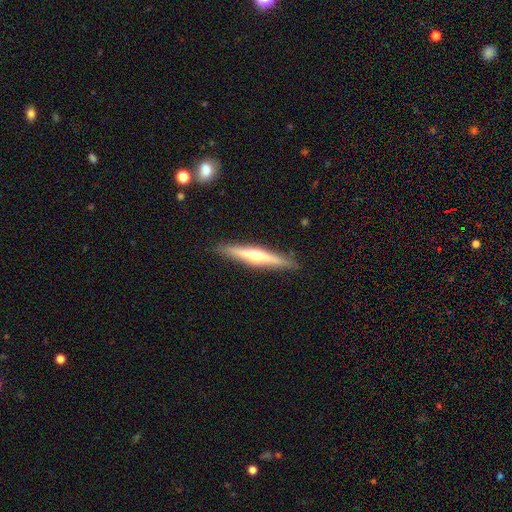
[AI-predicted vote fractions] featured or disk 63%, smooth 32%, star or artifact 6%. Down the decision tree: edge-on disk — yes (96%); edge-on bulge — rounded (85%); merging — none (90%).